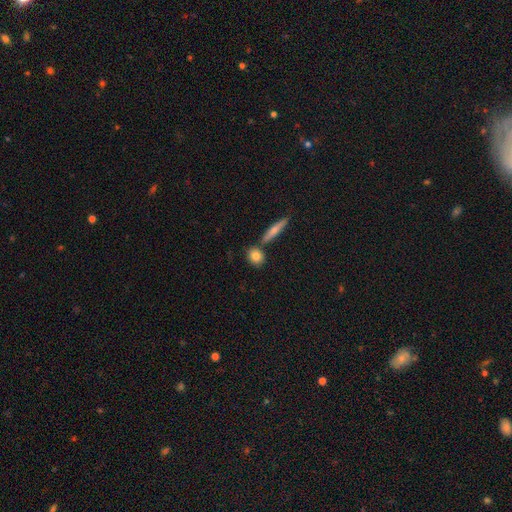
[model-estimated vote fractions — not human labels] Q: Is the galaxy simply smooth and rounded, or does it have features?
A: smooth — 80%.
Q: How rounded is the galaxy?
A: round — 60%.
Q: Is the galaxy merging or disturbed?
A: none — 71%.